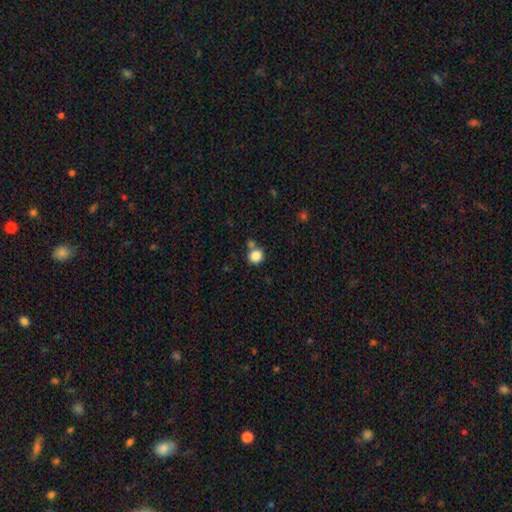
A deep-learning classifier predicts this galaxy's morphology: The model was most divided on "merging": none: 66%, merger: 21%, minor disturbance: 10%, major disturbance: 4%. More confident: how rounded — round (87%); smooth or featured — smooth (85%).